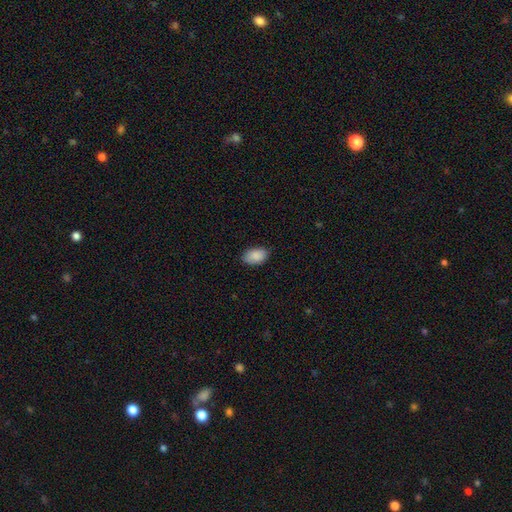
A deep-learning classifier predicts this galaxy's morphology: This appears to be a smooth galaxy with no disk features (89%) that is in between round and cigar-shaped (91%). Merging: none (80%).